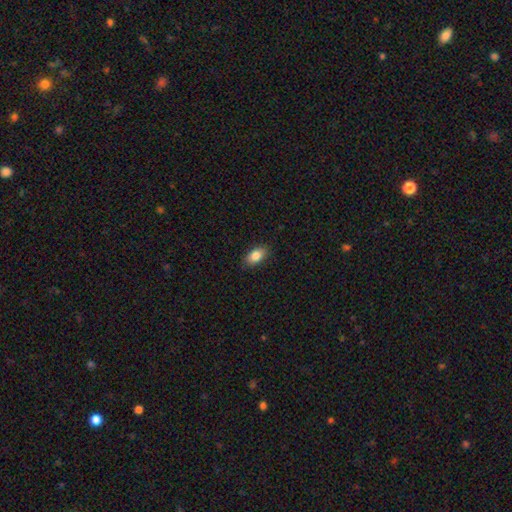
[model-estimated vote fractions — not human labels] This appears to be a smooth galaxy with no disk features (85%) that is in between round and cigar-shaped (91%). Merging: none (87%).